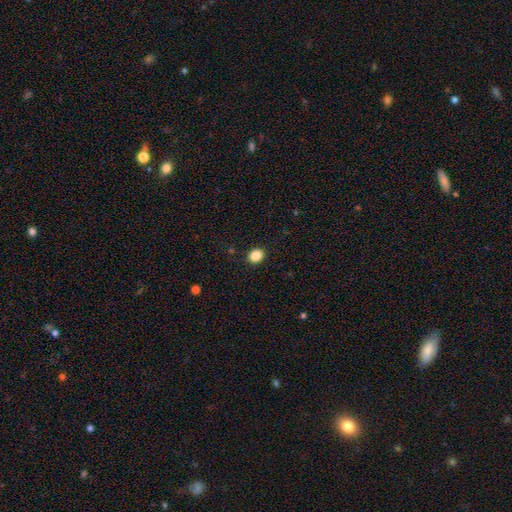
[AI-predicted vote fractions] Q: Smooth or featured?
A: smooth (86%); runner-up: star or artifact (10%)
Q: How rounded?
A: round (64%); runner-up: in between (36%)
Q: Merging?
A: none (91%); runner-up: minor disturbance (6%)